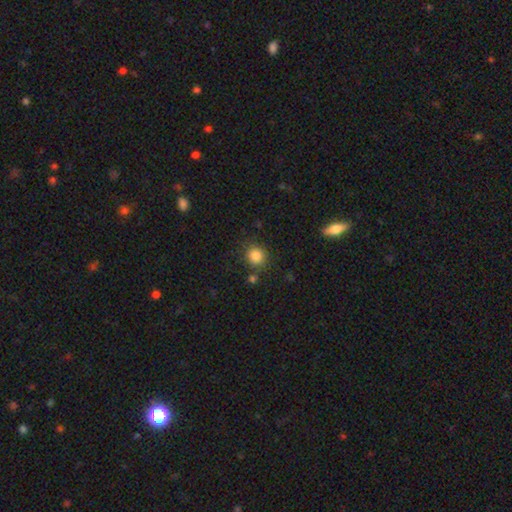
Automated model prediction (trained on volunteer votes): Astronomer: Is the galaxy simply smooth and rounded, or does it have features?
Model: smooth — 85%.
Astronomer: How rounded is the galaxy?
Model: round — 87%.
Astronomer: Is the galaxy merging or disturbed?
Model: none — 81%.